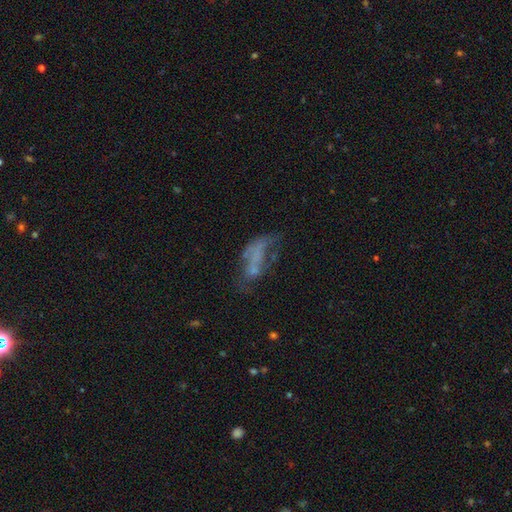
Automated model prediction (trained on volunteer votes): Smooth or featured? featured or disk (48%)
Merging? major disturbance (40%)